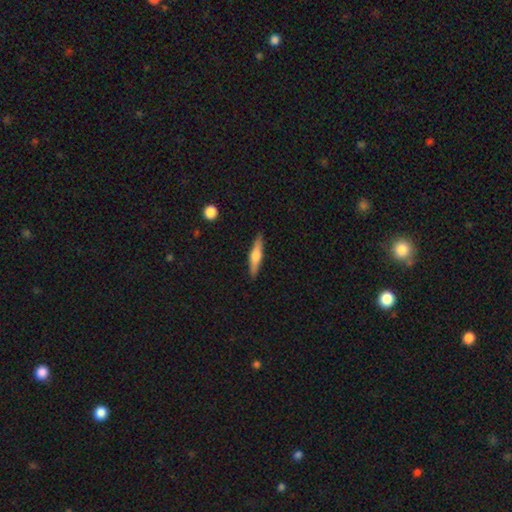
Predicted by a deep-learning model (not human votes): Morphology: type=smooth (47%, tied with featured or disk); merging=none (89%).